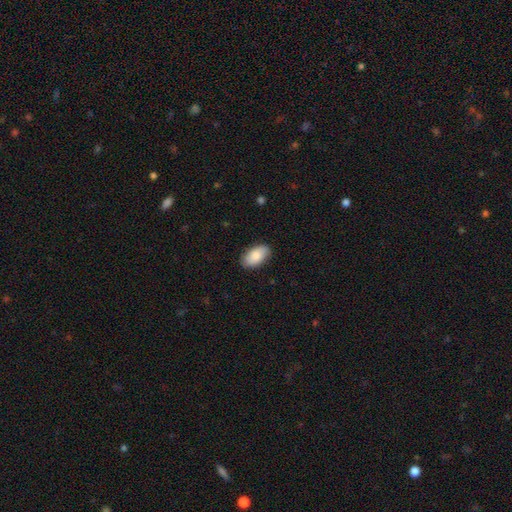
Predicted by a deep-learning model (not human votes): Morphology: type=smooth (84%); roundness=in between (95%); merging=none (86%).